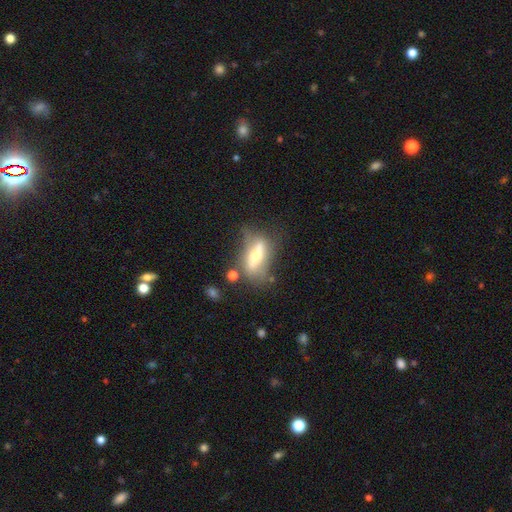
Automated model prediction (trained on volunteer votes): A featured or disk galaxy (60%) viewed edge-on (51%). Merging: none (51%).